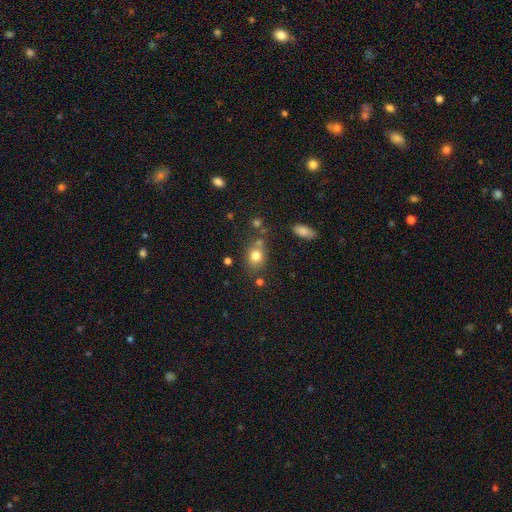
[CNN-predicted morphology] The model was most divided on "how rounded": round: 51%, in between: 48%, cigar-shaped: 1%. More confident: smooth or featured — smooth (78%); merging — none (65%).